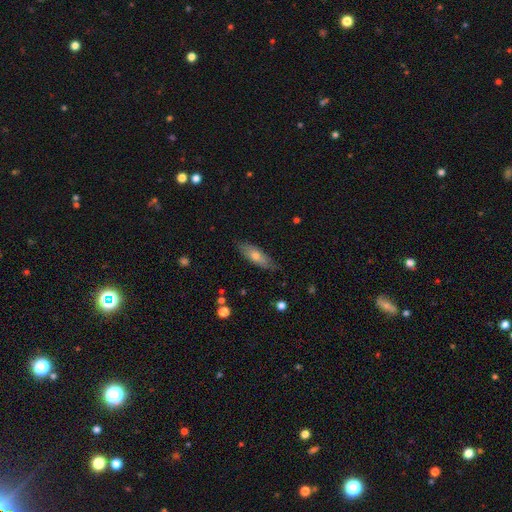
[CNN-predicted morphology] The model was most divided on "how rounded": in between: 55%, cigar-shaped: 42%, round: 3%. More confident: merging — none (81%); smooth or featured — smooth (59%).